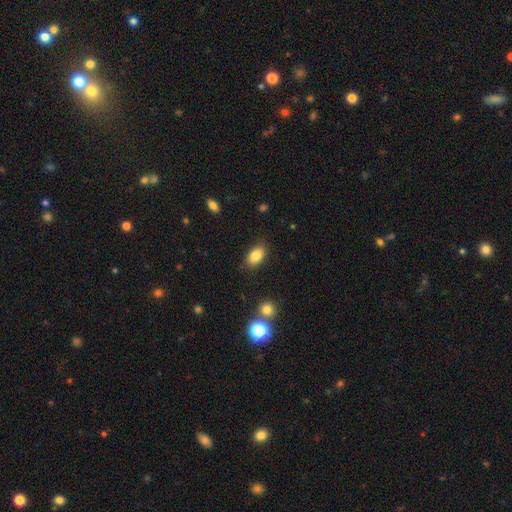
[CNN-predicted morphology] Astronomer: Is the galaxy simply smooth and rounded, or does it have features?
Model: smooth — 85%.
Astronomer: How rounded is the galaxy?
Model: in between — 89%.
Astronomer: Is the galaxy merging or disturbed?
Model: none — 85%.